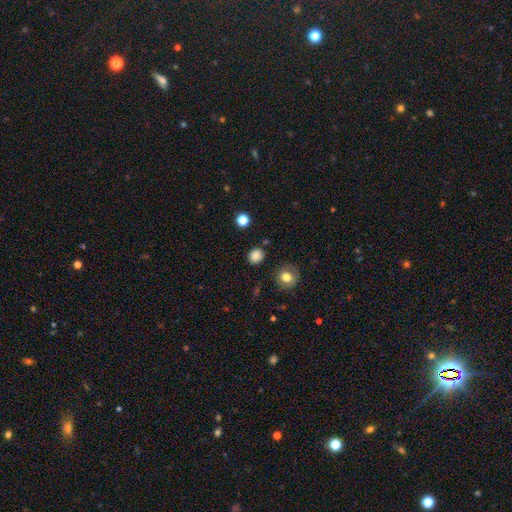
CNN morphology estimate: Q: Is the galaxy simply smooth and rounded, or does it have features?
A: smooth — 83%.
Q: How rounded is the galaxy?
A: round — 87%.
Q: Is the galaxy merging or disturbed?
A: none — 87%.